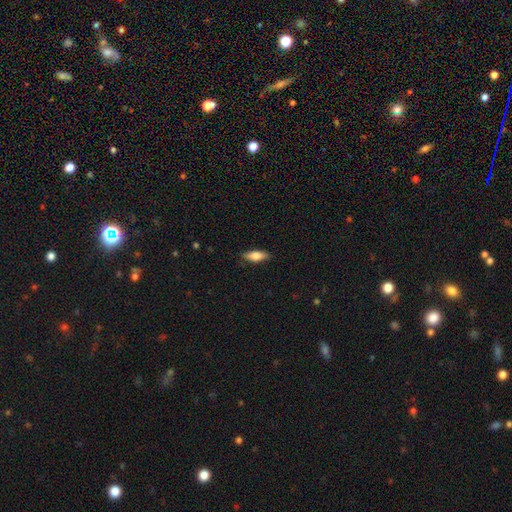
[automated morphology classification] Smooth or featured? Predicted: smooth (p=0.75). How rounded? Predicted: in between (p=0.66). Merging? Predicted: none (p=0.86).